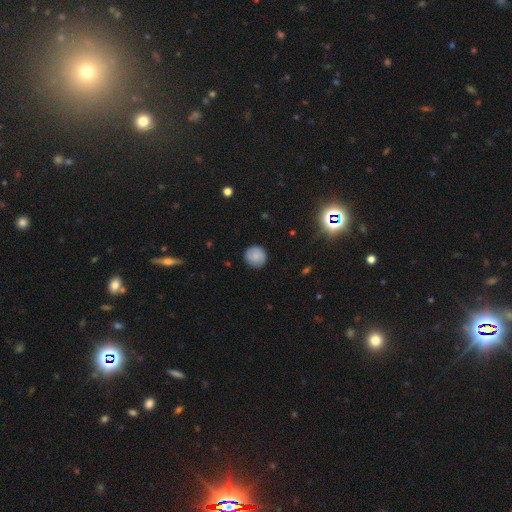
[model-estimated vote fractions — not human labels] The model was most divided on "smooth or featured": smooth: 79%, featured or disk: 12%, star or artifact: 9%. More confident: how rounded — round (92%); merging — none (85%).